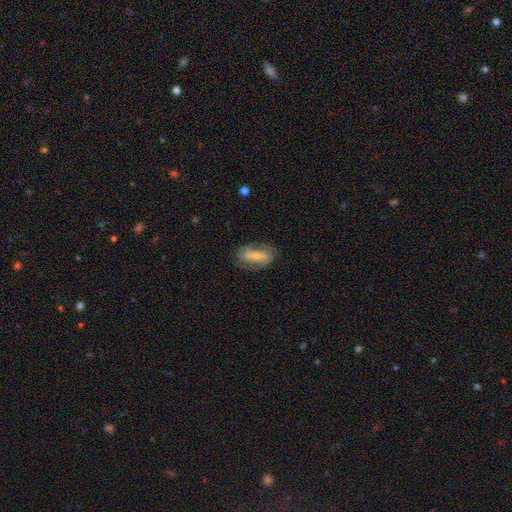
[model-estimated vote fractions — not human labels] Smooth or featured? featured or disk (56%)
Edge-on disk? no (88%)
Merging? none (72%)